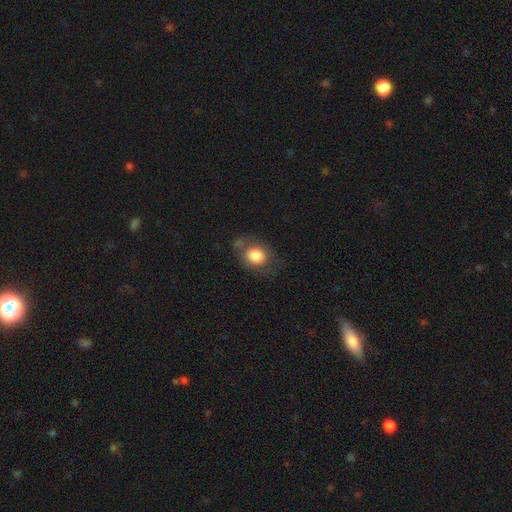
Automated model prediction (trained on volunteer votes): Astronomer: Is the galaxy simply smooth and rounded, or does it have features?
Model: smooth — 77%.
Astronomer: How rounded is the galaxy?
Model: round — 52% (runner-up: in between, 47%).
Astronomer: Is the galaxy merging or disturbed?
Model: none — 62%.